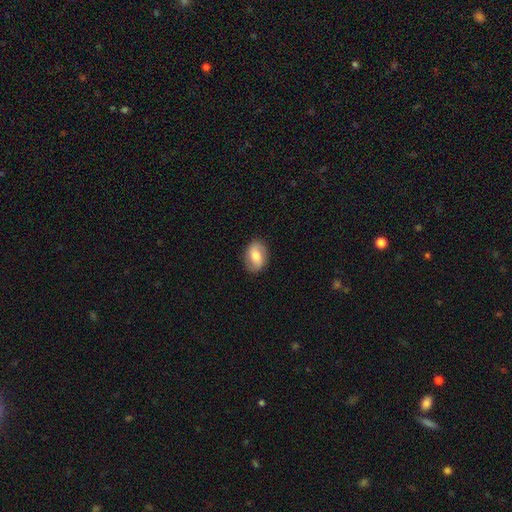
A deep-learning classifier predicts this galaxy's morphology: Smooth or featured?
  - smooth: 58% *
  - featured or disk: 35%
  - star or artifact: 7%
How rounded?
  - in between: 75% *
  - round: 24%
  - cigar-shaped: 2%
Merging?
  - none: 85% *
  - minor disturbance: 11%
  - major disturbance: 3%
  - merger: 1%